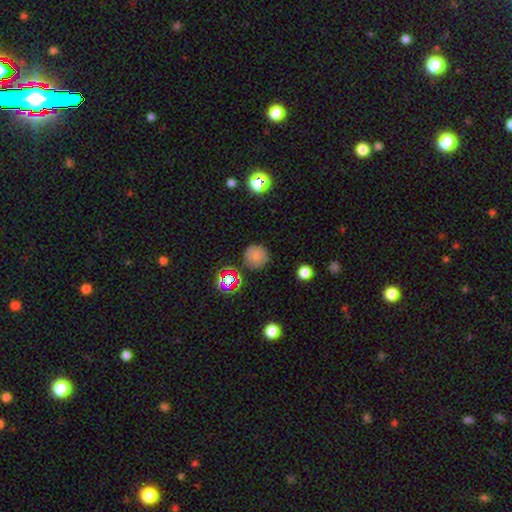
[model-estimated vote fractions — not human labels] Smooth or featured: smooth — 72% (star or artifact — 18%)
How rounded: round — 94% (in between — 5%)
Merging: none — 81% (minor disturbance — 12%)